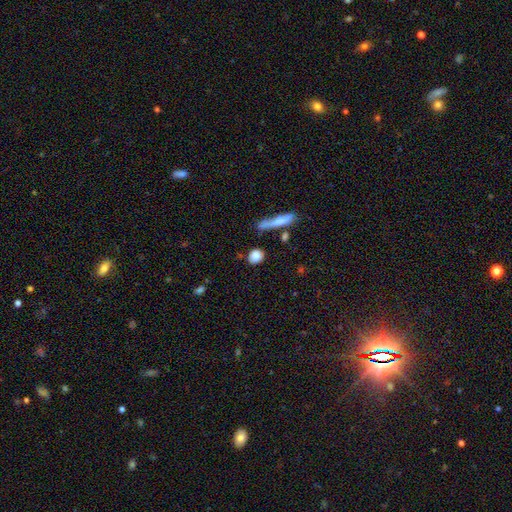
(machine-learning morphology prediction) Q: Smooth or featured?
A: smooth (84%); runner-up: star or artifact (8%)
Q: How rounded?
A: round (65%); runner-up: in between (26%)
Q: Merging?
A: none (78%); runner-up: minor disturbance (12%)